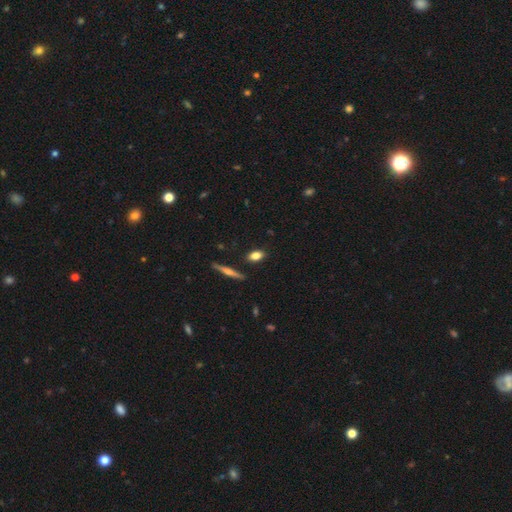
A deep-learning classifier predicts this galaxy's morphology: A smooth galaxy with no disk features (77%) that is in between round and cigar-shaped (77%). Merging: none (85%).